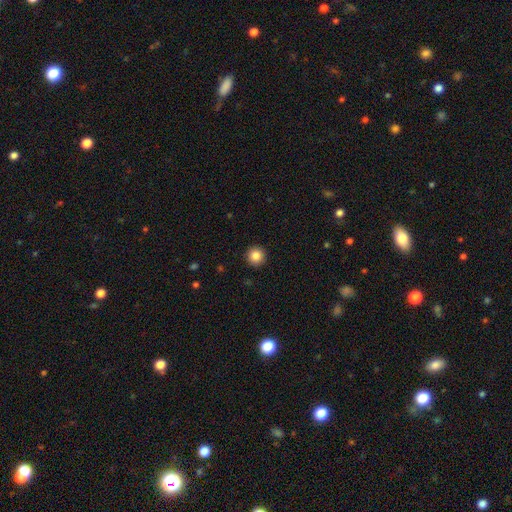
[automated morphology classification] Smooth or featured?
  - smooth: 84% *
  - star or artifact: 10%
  - featured or disk: 5%
How rounded?
  - round: 96% *
  - in between: 3%
  - cigar-shaped: 1%
Merging?
  - none: 93% *
  - minor disturbance: 4%
  - major disturbance: 1%
  - merger: 1%